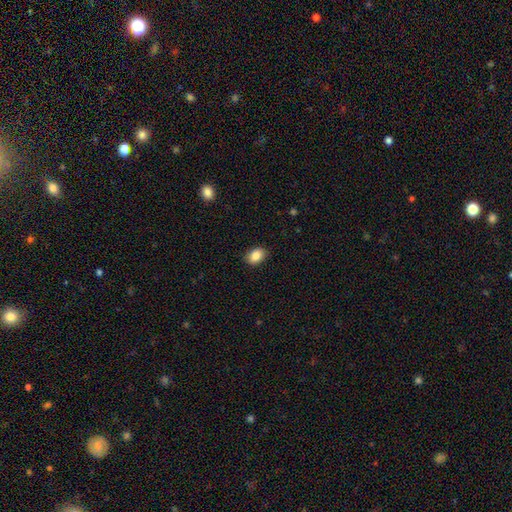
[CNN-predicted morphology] Overall: smooth (87%). How rounded: in between (78%). Merging: none (88%).